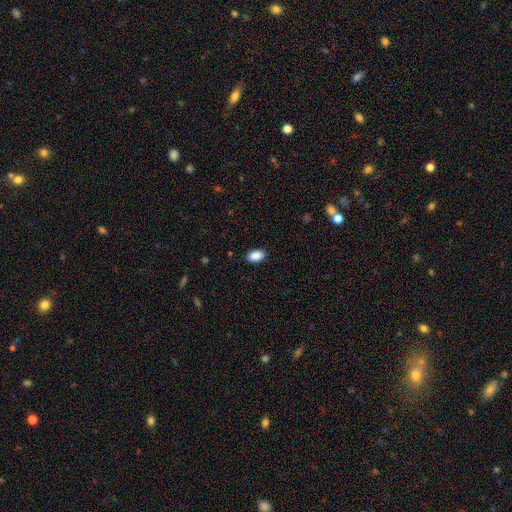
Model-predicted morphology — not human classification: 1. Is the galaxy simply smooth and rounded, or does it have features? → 89% smooth, 7% star or artifact, 4% featured or disk.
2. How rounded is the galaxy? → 93% in between, 5% round, 2% cigar-shaped.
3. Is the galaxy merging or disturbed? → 88% none, 9% minor disturbance, 2% major disturbance, 1% merger.